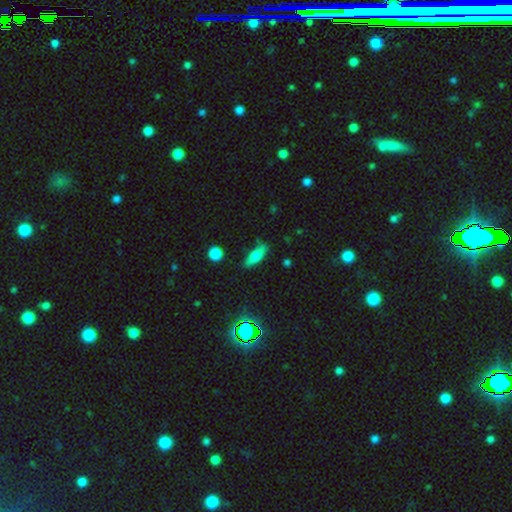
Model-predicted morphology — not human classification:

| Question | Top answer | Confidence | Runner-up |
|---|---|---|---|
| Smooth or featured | smooth | 69% | featured or disk (21%) |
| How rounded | in between | 56% | cigar-shaped (40%) |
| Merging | none | 74% | minor disturbance (19%) |